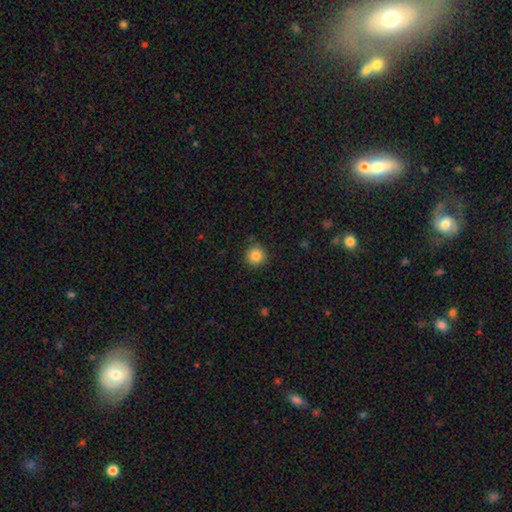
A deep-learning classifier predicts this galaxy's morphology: This appears to be a smooth galaxy with no disk features (84%) that is round (94%). Merging: none (86%).